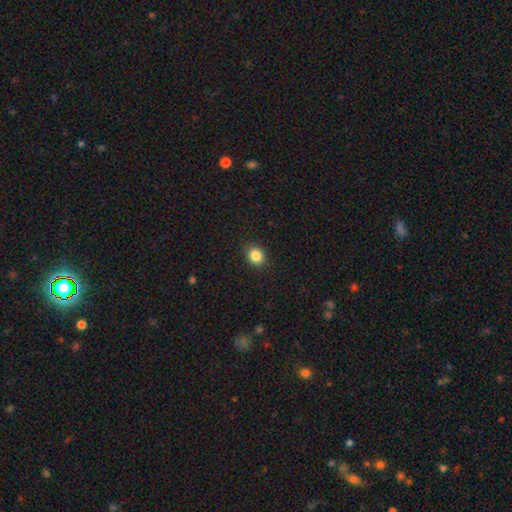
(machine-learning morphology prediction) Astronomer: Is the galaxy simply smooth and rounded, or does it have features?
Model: smooth — 85%.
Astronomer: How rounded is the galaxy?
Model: round — 64%.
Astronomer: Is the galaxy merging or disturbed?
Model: none — 89%.